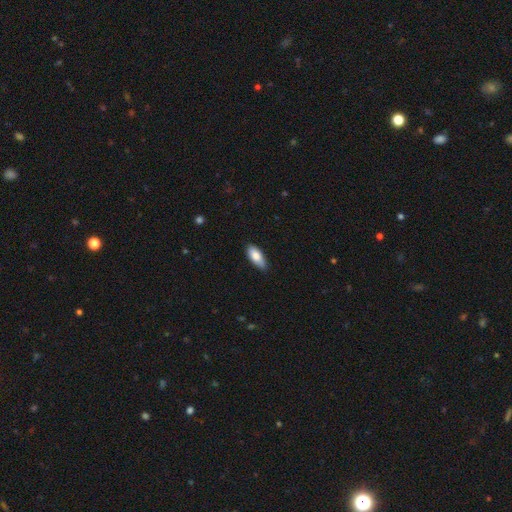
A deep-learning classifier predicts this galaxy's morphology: smooth-or-featured: smooth: 82% | featured or disk: 12% | star or artifact: 6%
  how-rounded: in between: 83% | cigar-shaped: 15% | round: 2%
  merging: none: 79% | minor disturbance: 17% | major disturbance: 2% | merger: 1%